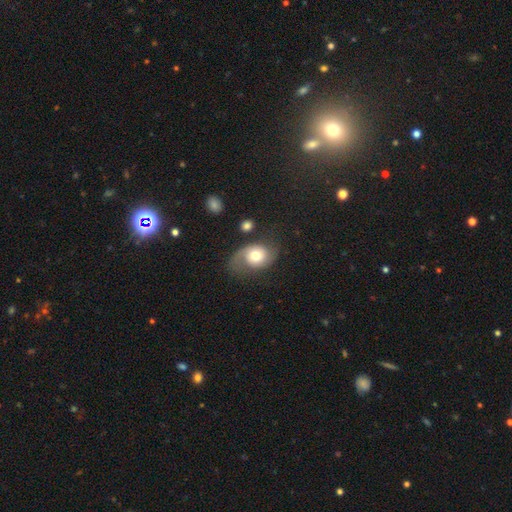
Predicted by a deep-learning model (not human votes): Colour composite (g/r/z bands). It shows a featured or disk galaxy (49%). Merging: none (46%).